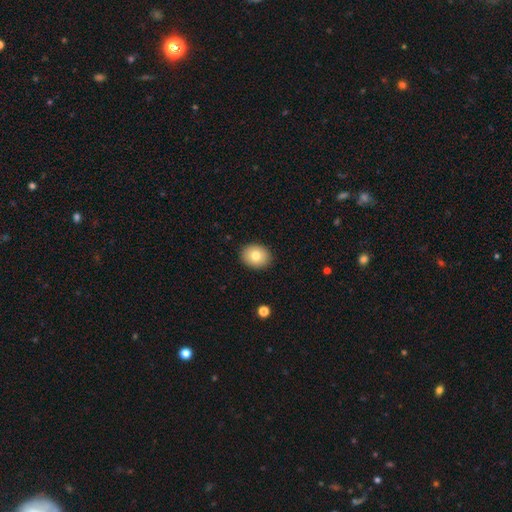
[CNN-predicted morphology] A smooth galaxy with no disk features (80%) that is round (57%). Merging: none (90%).